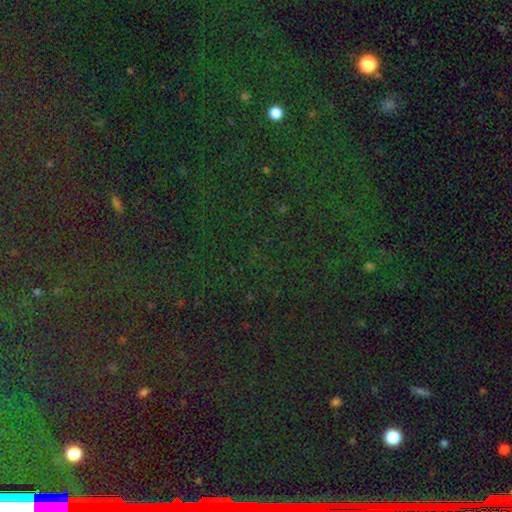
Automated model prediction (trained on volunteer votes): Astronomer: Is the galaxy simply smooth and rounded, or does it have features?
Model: star or artifact — 84%.